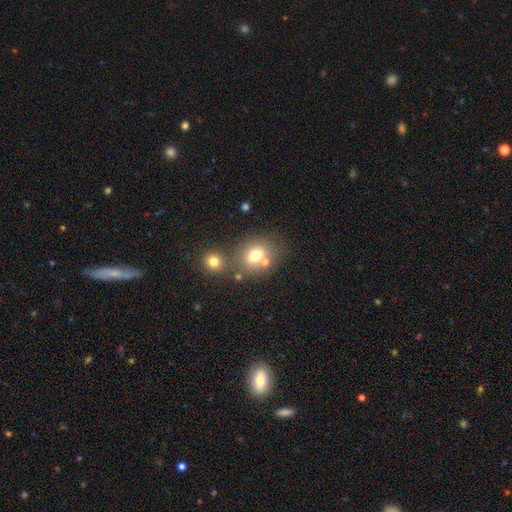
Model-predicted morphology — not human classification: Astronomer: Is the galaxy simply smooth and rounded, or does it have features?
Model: smooth — 72%.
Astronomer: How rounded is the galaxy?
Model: round — 56% (runner-up: in between, 43%).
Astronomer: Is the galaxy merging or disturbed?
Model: none — 55%.